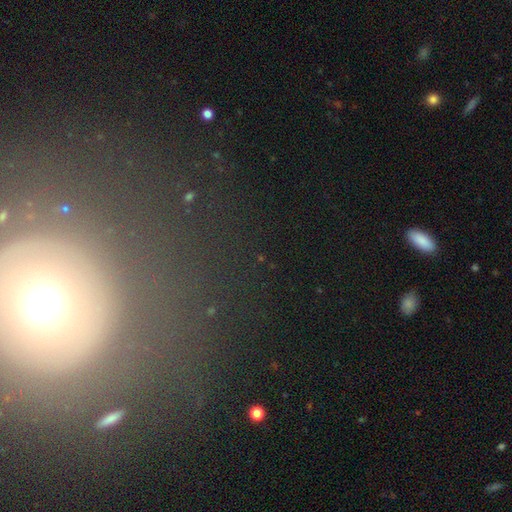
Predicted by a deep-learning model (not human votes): smooth_or_featured: star or artifact (p=0.36) [alt: featured or disk p=0.34]